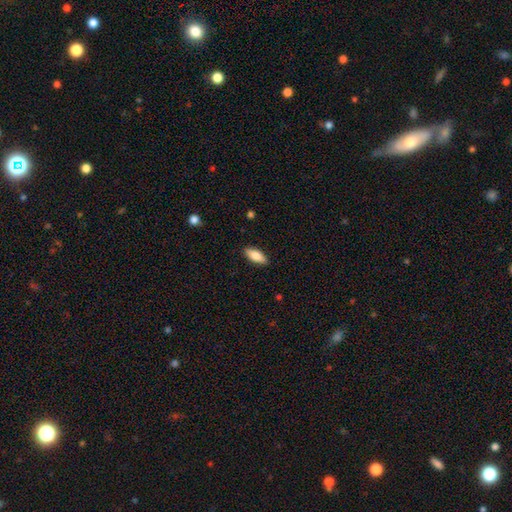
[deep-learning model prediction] smooth-or-featured: smooth: 83% | featured or disk: 11% | star or artifact: 6%
  how-rounded: in between: 78% | cigar-shaped: 20% | round: 2%
  merging: none: 88% | minor disturbance: 9% | major disturbance: 2% | merger: 1%